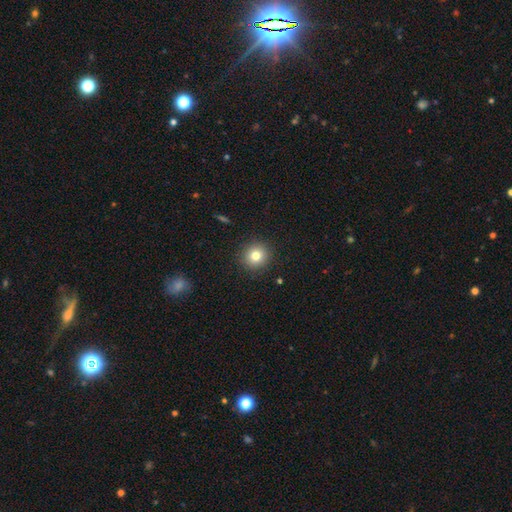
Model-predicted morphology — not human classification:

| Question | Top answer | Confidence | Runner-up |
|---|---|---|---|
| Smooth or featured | smooth | 79% | star or artifact (12%) |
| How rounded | round | 93% | in between (6%) |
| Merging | none | 91% | minor disturbance (6%) |